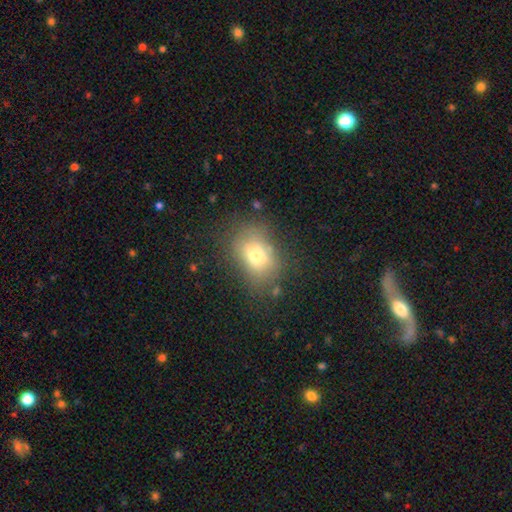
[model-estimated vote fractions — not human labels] Smooth or featured: smooth — 68% (featured or disk — 19%)
How rounded: in between — 70% (round — 28%)
Merging: none — 66% (minor disturbance — 21%)